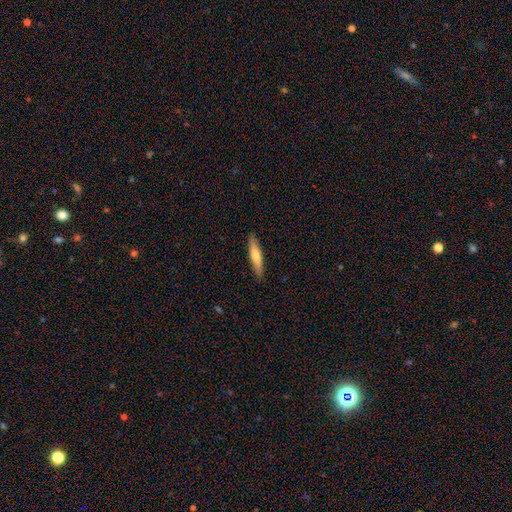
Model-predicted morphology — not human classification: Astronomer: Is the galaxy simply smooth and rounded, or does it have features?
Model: smooth — 64%.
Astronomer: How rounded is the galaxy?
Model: cigar-shaped — 86%.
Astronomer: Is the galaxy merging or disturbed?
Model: none — 89%.